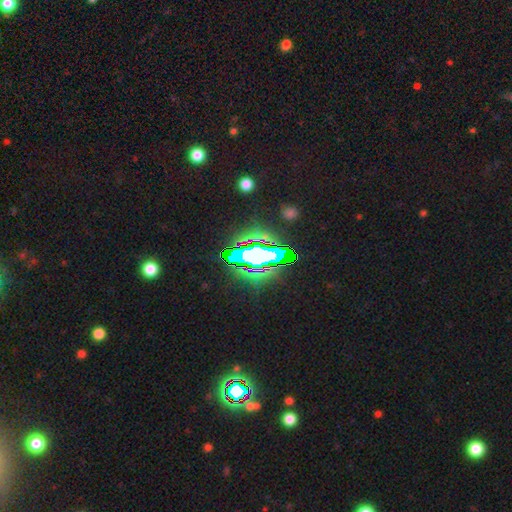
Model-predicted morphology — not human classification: star or artifact 62%, smooth 20%, featured or disk 18%.